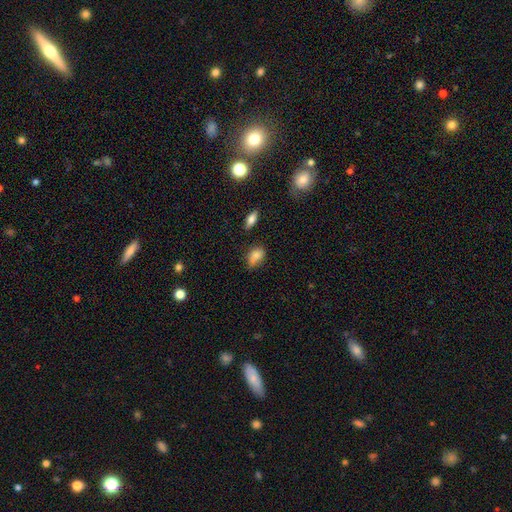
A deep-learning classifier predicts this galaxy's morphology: smooth-or-featured: smooth: 77% | featured or disk: 13% | star or artifact: 10%
  how-rounded: in between: 75% | round: 22% | cigar-shaped: 2%
  merging: none: 52% | minor disturbance: 30% | merger: 11% | major disturbance: 7%